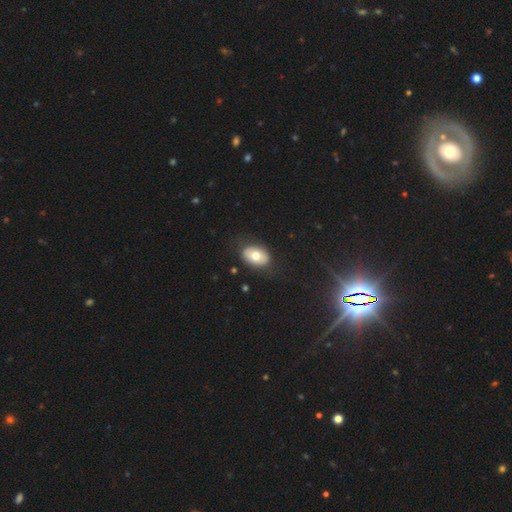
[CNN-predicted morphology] Smooth or featured: smooth — 68% (featured or disk — 25%)
How rounded: in between — 86% (round — 13%)
Merging: none — 81% (minor disturbance — 13%)